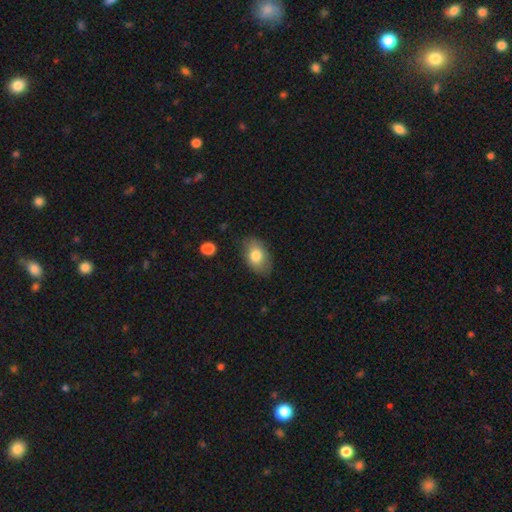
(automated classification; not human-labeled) smooth_or_featured: smooth (p=0.78) [alt: featured or disk p=0.14]
how_rounded: in between (p=0.87) [alt: round p=0.12]
merging: none (p=0.78) [alt: minor disturbance p=0.17]